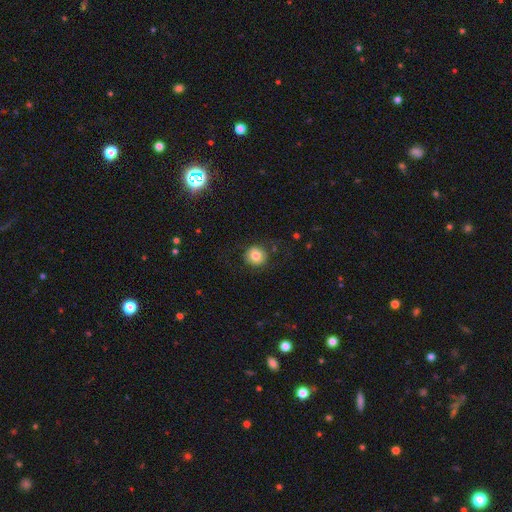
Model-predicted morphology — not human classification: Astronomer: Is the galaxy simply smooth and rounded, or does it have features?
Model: smooth — 77%.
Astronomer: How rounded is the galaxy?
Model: round — 91%.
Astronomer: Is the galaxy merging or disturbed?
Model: none — 82%.